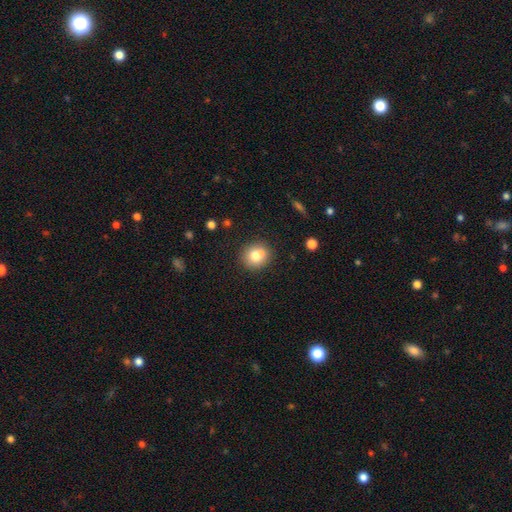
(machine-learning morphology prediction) The model was most divided on "merging": none: 62%, merger: 24%, minor disturbance: 11%, major disturbance: 3%. More confident: how rounded — round (82%); smooth or featured — smooth (73%).